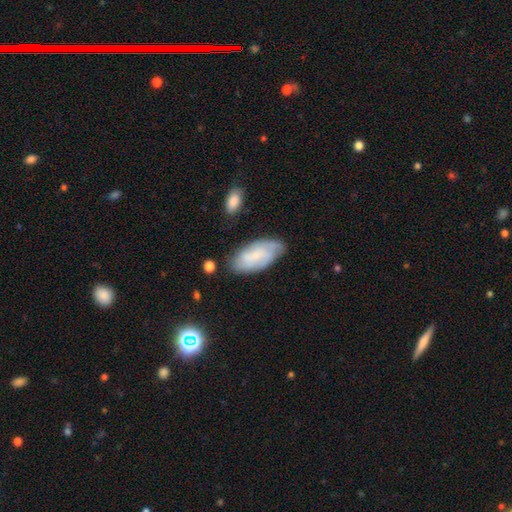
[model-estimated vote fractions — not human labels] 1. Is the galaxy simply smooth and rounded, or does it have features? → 50% featured or disk, 42% smooth, 8% star or artifact.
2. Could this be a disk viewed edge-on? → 92% no, 8% yes.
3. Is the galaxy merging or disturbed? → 70% none, 22% minor disturbance, 6% major disturbance, 3% merger.